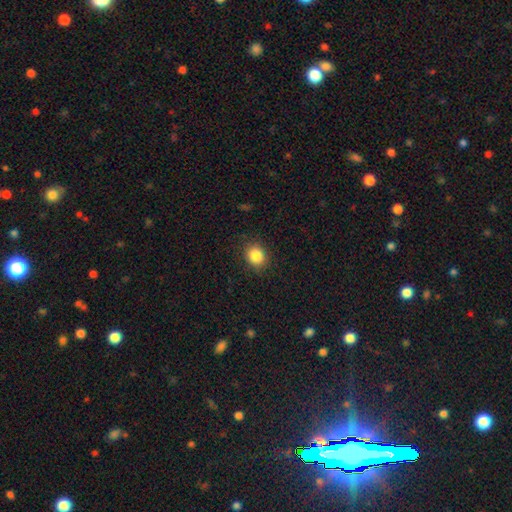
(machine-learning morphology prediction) Smooth or featured? Predicted: smooth (p=0.86). How rounded? Predicted: round (p=0.74). Merging? Predicted: none (p=0.87).